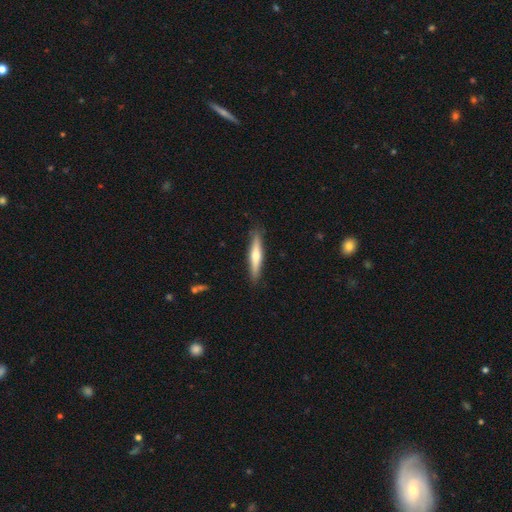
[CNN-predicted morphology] This is possibly a smooth galaxy (49%). Merging: clearly none (88%).